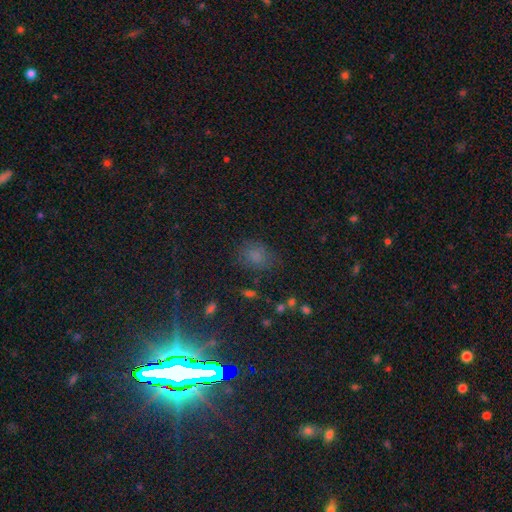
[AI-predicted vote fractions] The model was most divided on "how rounded": in between: 57%, round: 41%, cigar-shaped: 2%. More confident: merging — none (73%); smooth or featured — smooth (67%).